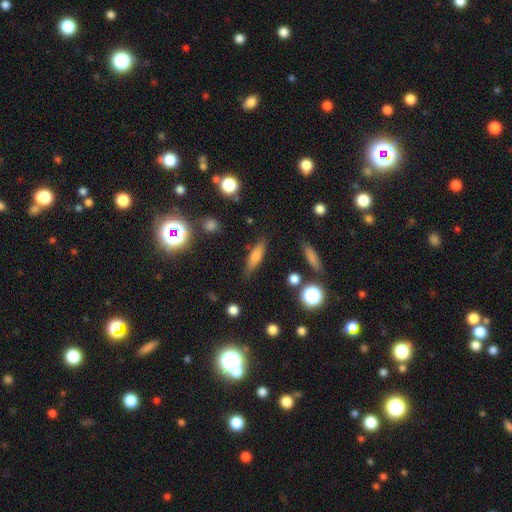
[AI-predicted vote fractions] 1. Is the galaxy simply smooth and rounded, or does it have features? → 67% smooth, 23% featured or disk, 10% star or artifact.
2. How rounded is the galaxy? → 59% cigar-shaped, 37% in between, 4% round.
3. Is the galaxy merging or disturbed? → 79% none, 14% minor disturbance, 4% major disturbance, 3% merger.